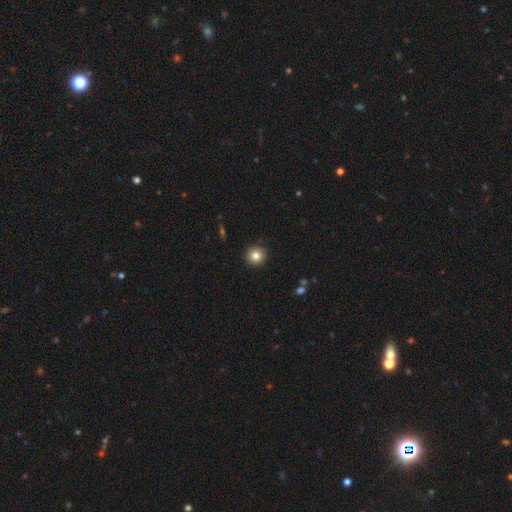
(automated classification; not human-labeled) A smooth galaxy with no disk features (83%) that is round (93%). Merging: none (92%).